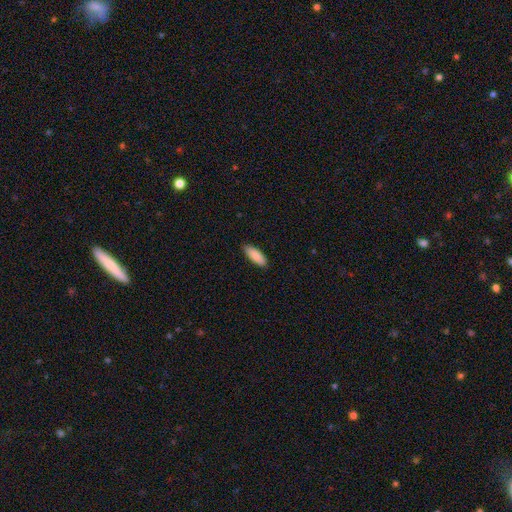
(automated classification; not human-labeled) smooth-or-featured: smooth: 89% | featured or disk: 6% | star or artifact: 5%
  how-rounded: in between: 67% | cigar-shaped: 32% | round: 1%
  merging: none: 88% | minor disturbance: 9% | major disturbance: 2% | merger: 1%